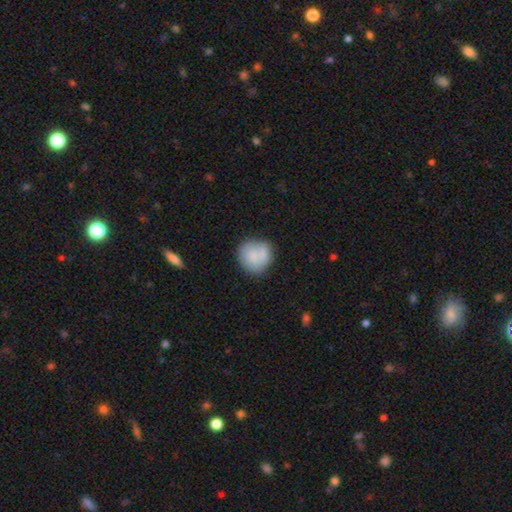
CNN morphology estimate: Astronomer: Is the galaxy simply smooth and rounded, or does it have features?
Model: smooth — 78%.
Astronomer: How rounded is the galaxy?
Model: round — 89%.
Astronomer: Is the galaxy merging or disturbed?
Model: none — 59%.